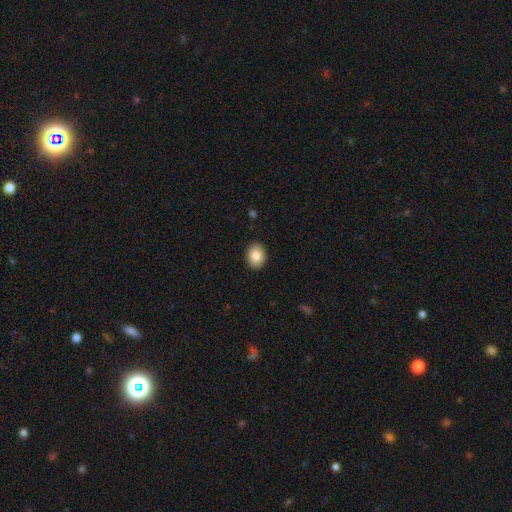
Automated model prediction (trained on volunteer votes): smooth_or_featured: smooth (p=0.85) [alt: star or artifact p=0.08]
how_rounded: in between (p=0.59) [alt: round p=0.41]
merging: none (p=0.91) [alt: minor disturbance p=0.07]